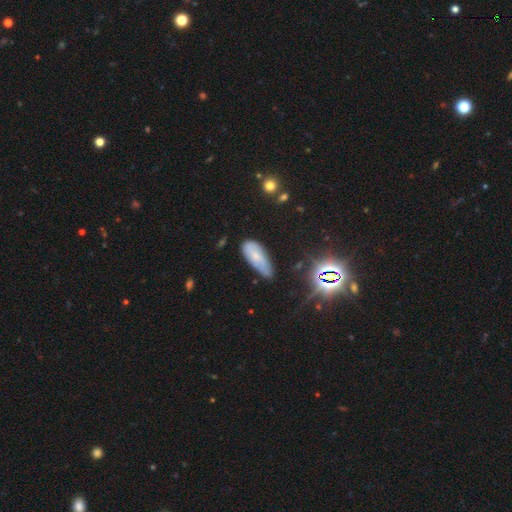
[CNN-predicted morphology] smooth_or_featured: smooth (p=0.58) [alt: featured or disk p=0.29]
how_rounded: in between (p=0.78) [alt: cigar-shaped p=0.20]
merging: none (p=0.44) [alt: minor disturbance p=0.40]